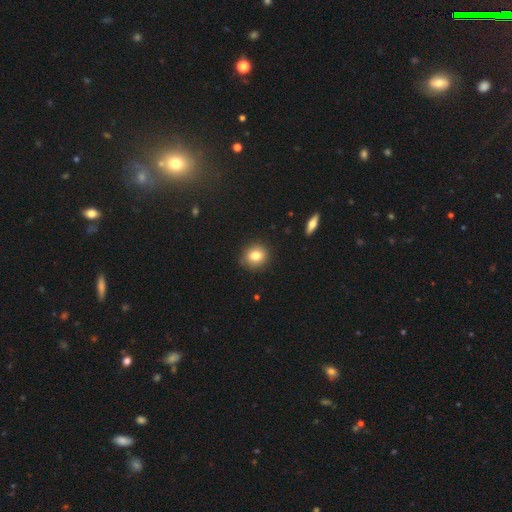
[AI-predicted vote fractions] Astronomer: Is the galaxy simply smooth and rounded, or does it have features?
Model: smooth — 81%.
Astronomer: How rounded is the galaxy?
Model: round — 82%.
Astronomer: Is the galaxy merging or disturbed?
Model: none — 87%.